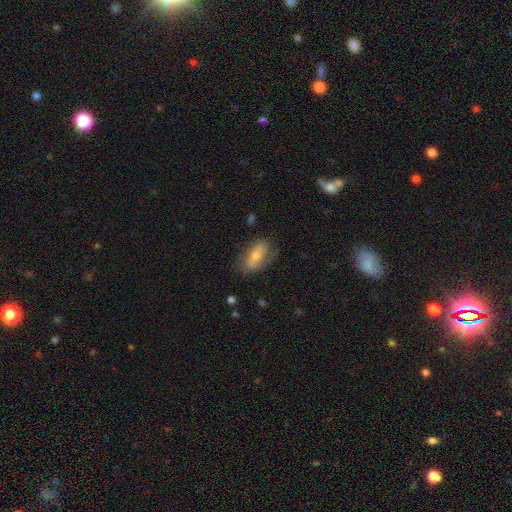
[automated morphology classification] Smooth or featured? smooth (51%)
How rounded? in between (85%)
Merging? none (61%)